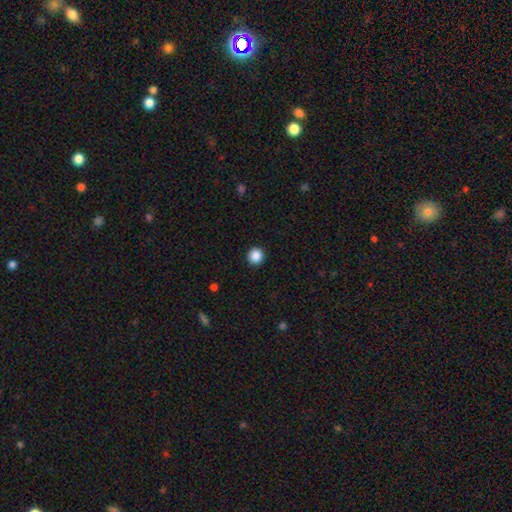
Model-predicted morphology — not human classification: smooth 87%, star or artifact 10%, featured or disk 3%. Down the decision tree: how rounded — round (94%); merging — none (93%).